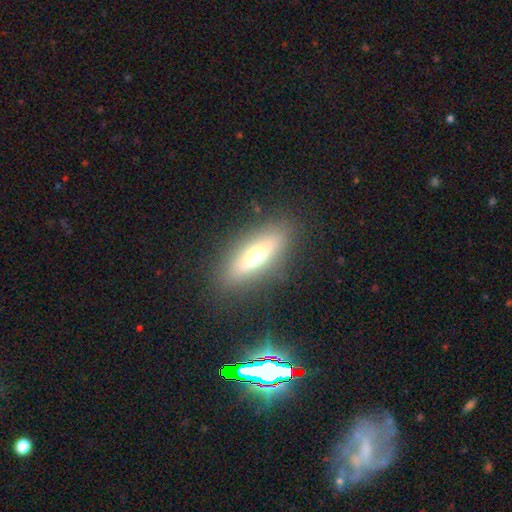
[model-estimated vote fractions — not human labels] A smooth galaxy with no disk features (45%). Merging: none (85%).